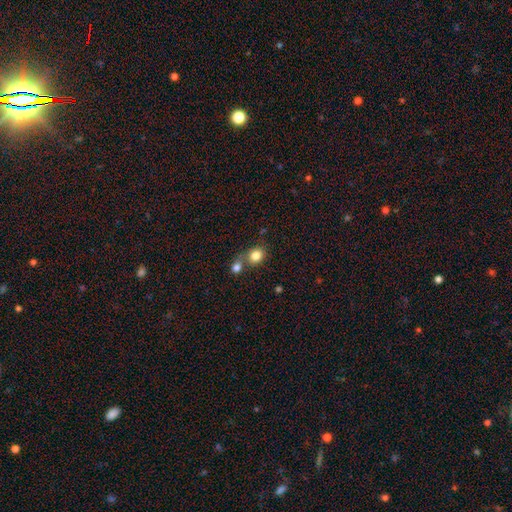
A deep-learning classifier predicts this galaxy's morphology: A smooth galaxy with no disk features (82%) that is round (66%). Merging: merger (46%).